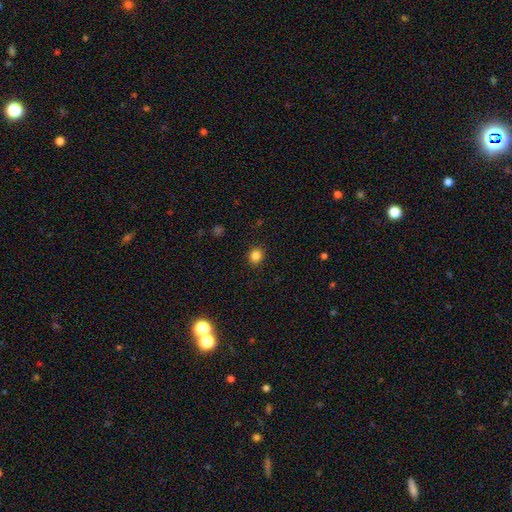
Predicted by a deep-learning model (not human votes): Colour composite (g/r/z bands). It shows a smooth galaxy with no disk features (84%) that is round (80%). Merging: none (91%).